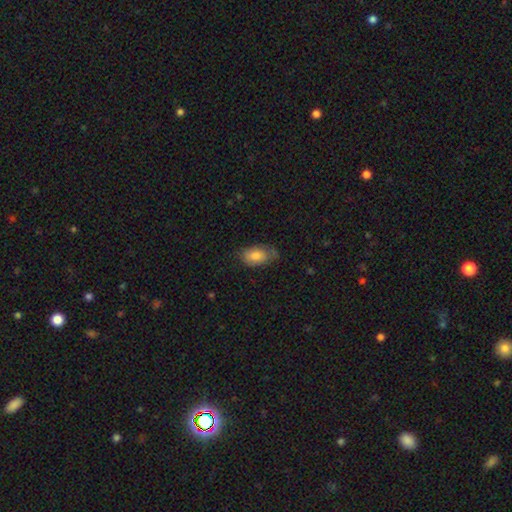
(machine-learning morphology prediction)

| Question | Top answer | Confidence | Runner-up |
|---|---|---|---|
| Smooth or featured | smooth | 79% | featured or disk (14%) |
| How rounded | in between | 92% | round (6%) |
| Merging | none | 59% | minor disturbance (31%) |